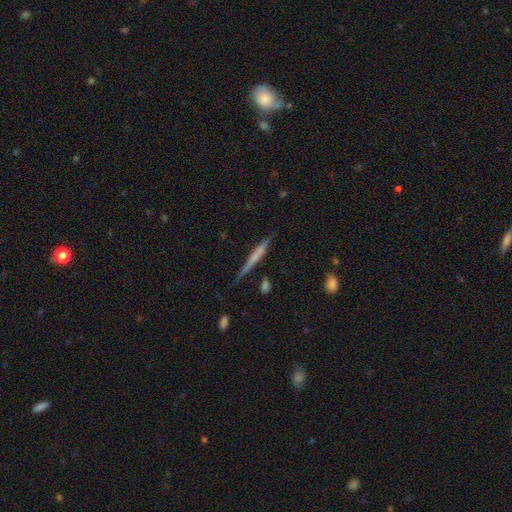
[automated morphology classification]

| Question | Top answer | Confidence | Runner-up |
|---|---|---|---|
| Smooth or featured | smooth | 49% | featured or disk (45%) |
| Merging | none | 80% | minor disturbance (14%) |